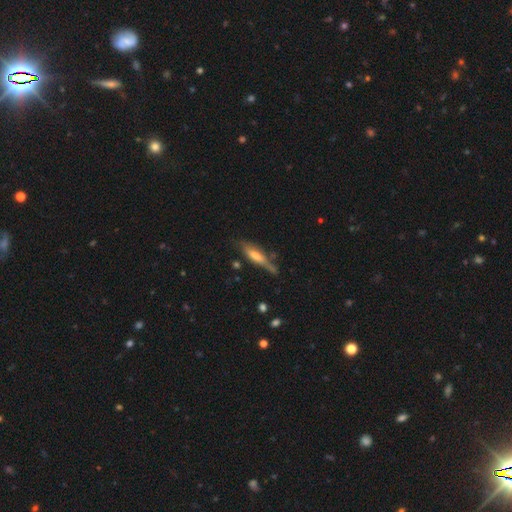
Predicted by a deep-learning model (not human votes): This is possibly a smooth galaxy (48%). Merging: possibly none (59%).